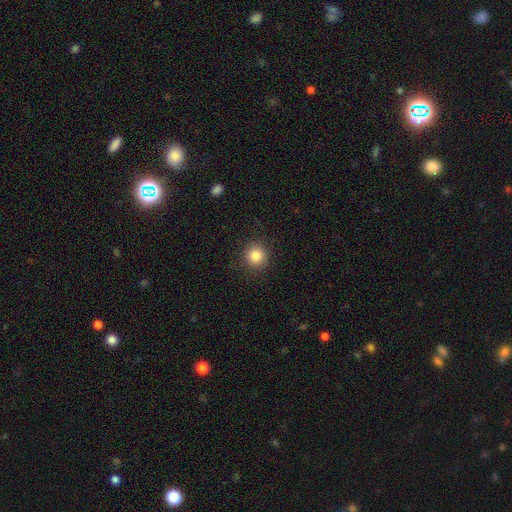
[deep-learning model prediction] smooth_or_featured: smooth (p=0.84) [alt: star or artifact p=0.11]
how_rounded: round (p=0.93) [alt: in between p=0.06]
merging: none (p=0.91) [alt: minor disturbance p=0.06]